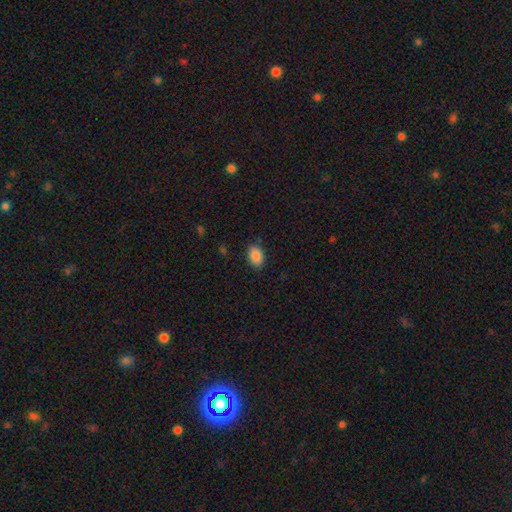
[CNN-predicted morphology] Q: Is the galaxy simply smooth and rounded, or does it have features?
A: smooth — 88%.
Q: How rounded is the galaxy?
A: in between — 88%.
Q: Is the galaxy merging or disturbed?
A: none — 85%.